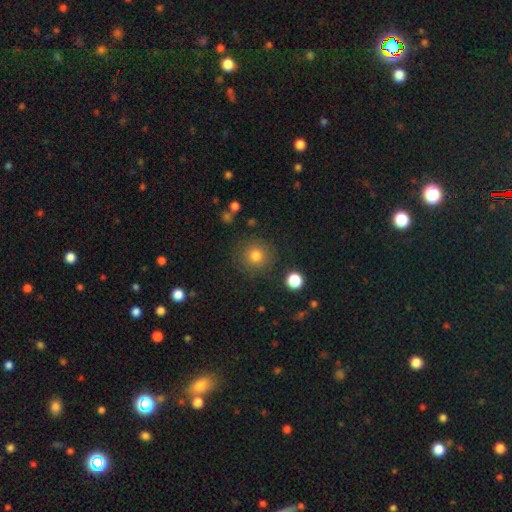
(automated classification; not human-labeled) Overall: smooth (79%). How rounded: round (93%). Merging: none (85%).